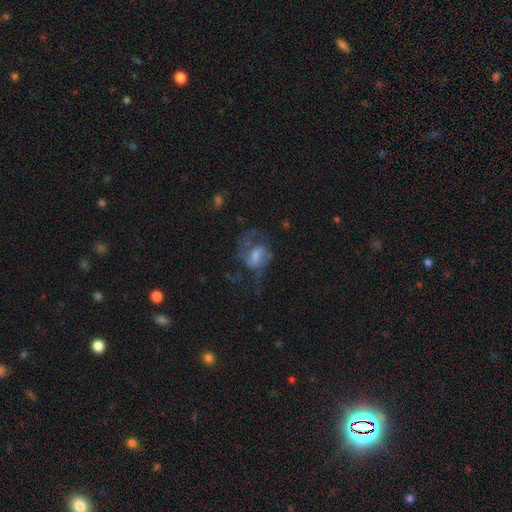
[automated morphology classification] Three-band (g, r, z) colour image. It shows a featured or disk galaxy (58%) with a weak bar (46%), spiral arms (67%) and a moderate central bulge (37%). Merging: major disturbance (46%).